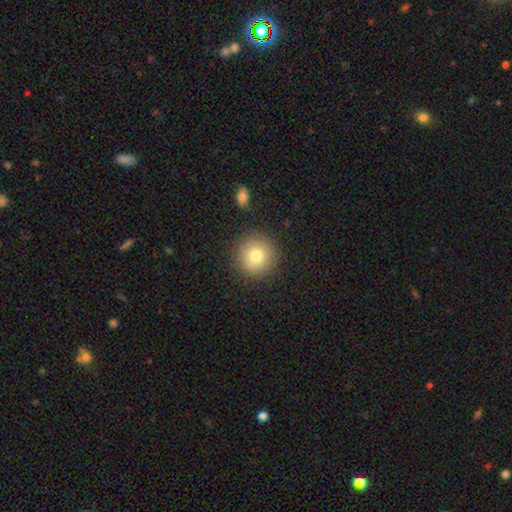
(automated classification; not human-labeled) Smooth or featured?
  - smooth: 78% *
  - featured or disk: 11%
  - star or artifact: 11%
How rounded?
  - round: 95% *
  - in between: 4%
  - cigar-shaped: 1%
Merging?
  - none: 88% *
  - minor disturbance: 8%
  - major disturbance: 3%
  - merger: 2%